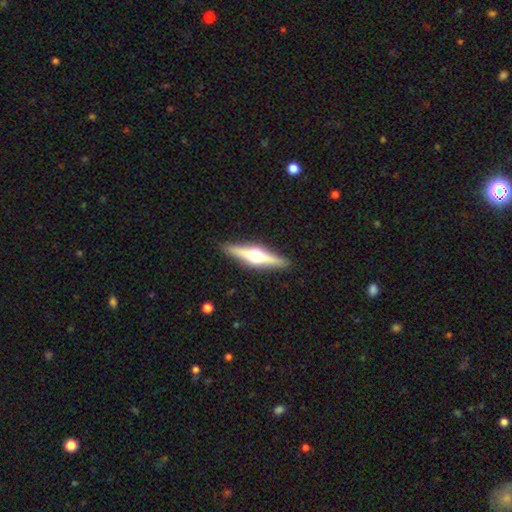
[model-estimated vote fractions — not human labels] This is likely a featured or disk galaxy (71%). It is clearly viewed edge-on (97%). Edge-on bulge: clearly rounded (96%). Merging: clearly none (91%).